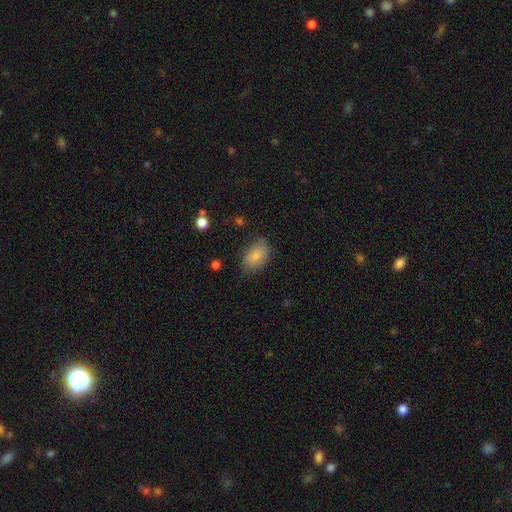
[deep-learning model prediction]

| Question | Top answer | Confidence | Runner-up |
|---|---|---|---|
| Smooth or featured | smooth | 79% | featured or disk (13%) |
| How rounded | in between | 90% | round (8%) |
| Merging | none | 69% | minor disturbance (24%) |